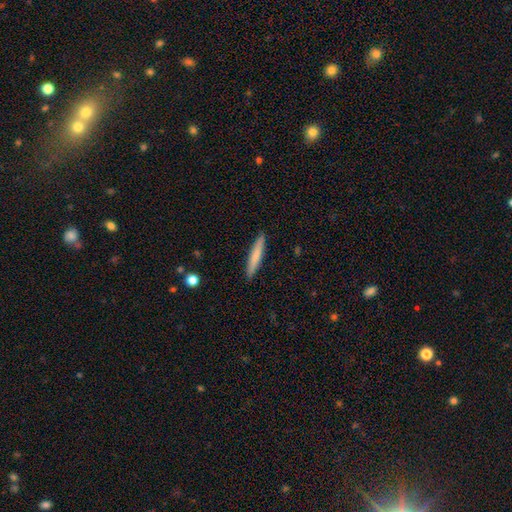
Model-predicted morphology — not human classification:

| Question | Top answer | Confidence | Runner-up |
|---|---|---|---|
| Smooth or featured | smooth | 75% | featured or disk (20%) |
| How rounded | cigar-shaped | 93% | in between (5%) |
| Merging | none | 91% | minor disturbance (7%) |